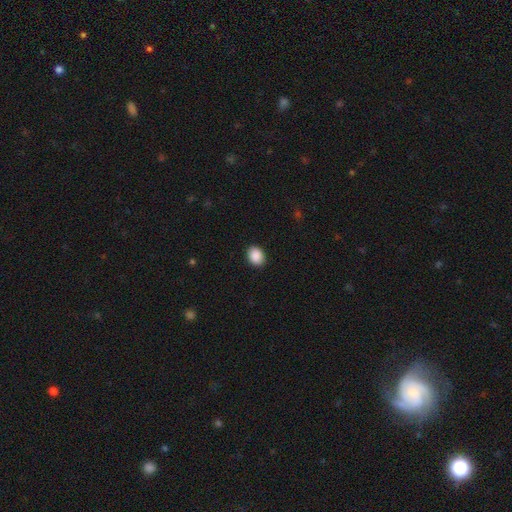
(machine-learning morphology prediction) smooth 90%, star or artifact 7%, featured or disk 2%. Down the decision tree: how rounded — in between (64%); merging — none (91%).